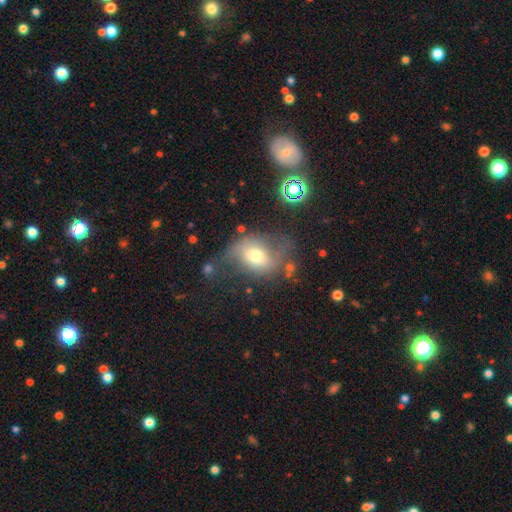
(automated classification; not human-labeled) smooth-or-featured: smooth: 47% | featured or disk: 41% | star or artifact: 12%
  merging: none: 45% | minor disturbance: 26% | major disturbance: 23% | merger: 6%